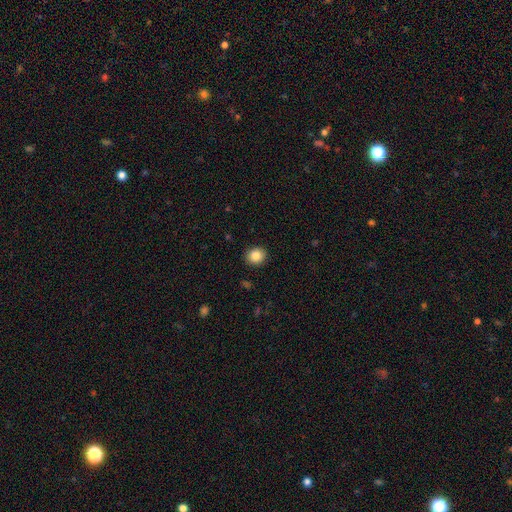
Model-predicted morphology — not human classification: smooth_or_featured: smooth (p=0.85) [alt: star or artifact p=0.09]
how_rounded: round (p=0.77) [alt: in between p=0.23]
merging: none (p=0.91) [alt: minor disturbance p=0.06]